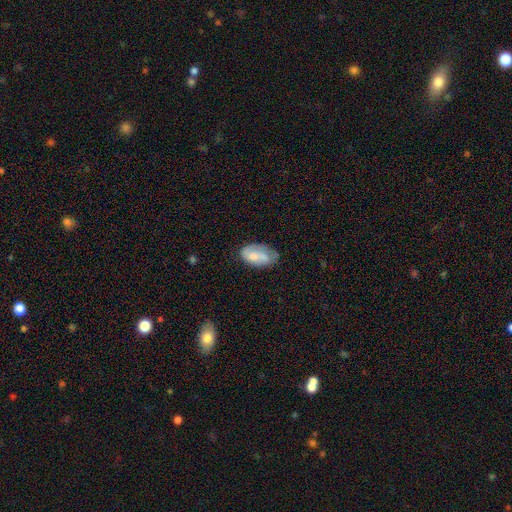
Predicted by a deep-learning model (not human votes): smooth_or_featured: smooth (p=0.57) [alt: featured or disk p=0.36]
how_rounded: in between (p=0.92) [alt: round p=0.05]
merging: none (p=0.52) [alt: minor disturbance p=0.32]